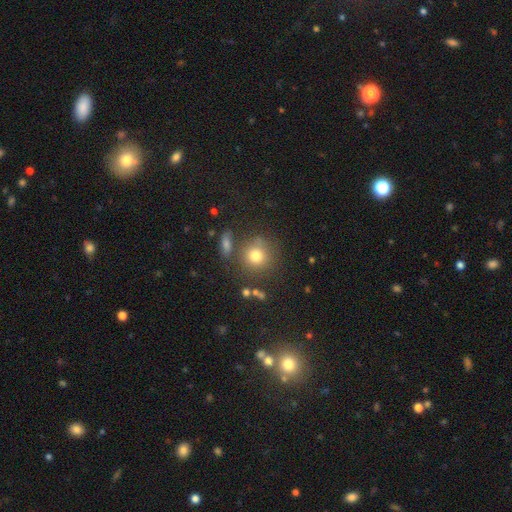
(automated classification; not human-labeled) This is likely a smooth galaxy (77%). How rounded: clearly round (89%). Merging: likely none (72%).